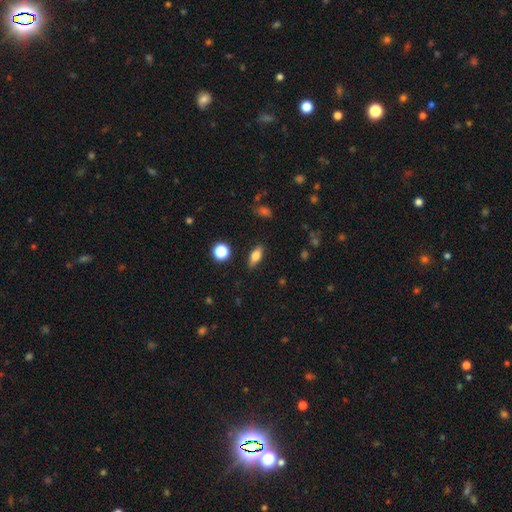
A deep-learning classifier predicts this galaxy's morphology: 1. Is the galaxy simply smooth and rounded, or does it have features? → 73% smooth, 17% featured or disk, 10% star or artifact.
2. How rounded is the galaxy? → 76% in between, 17% cigar-shaped, 7% round.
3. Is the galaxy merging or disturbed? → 86% none, 10% minor disturbance, 3% major disturbance, 2% merger.